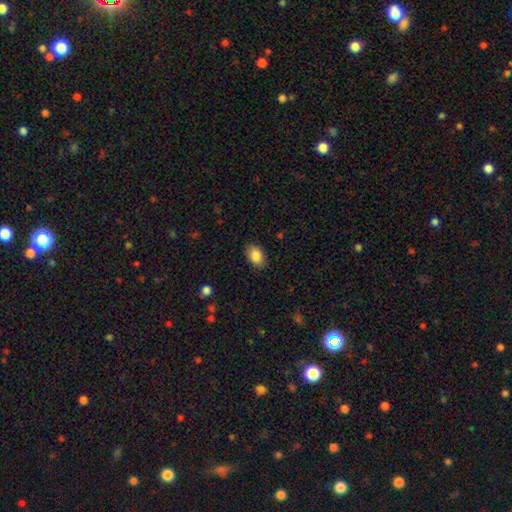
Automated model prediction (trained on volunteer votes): Smooth or featured? smooth (87%)
How rounded? in between (84%)
Merging? none (86%)